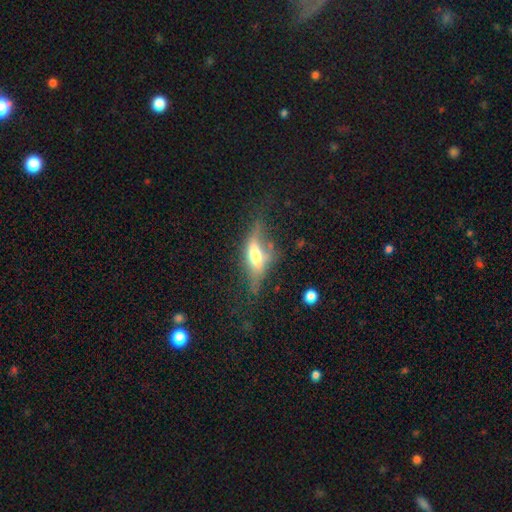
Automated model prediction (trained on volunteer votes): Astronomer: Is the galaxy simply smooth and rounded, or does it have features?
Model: featured or disk — 53% (runner-up: smooth, 38%).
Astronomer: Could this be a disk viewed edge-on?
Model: yes — 69%.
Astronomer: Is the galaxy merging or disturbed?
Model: none — 45% (runner-up: minor disturbance, 26%).